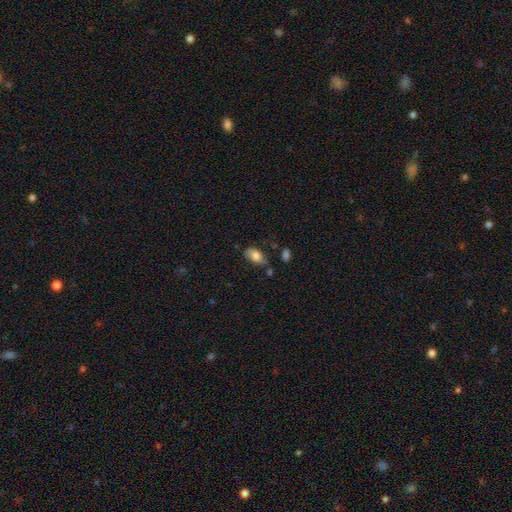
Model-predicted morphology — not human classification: Smooth or featured? smooth (80%)
How rounded? in between (90%)
Merging? none (58%)